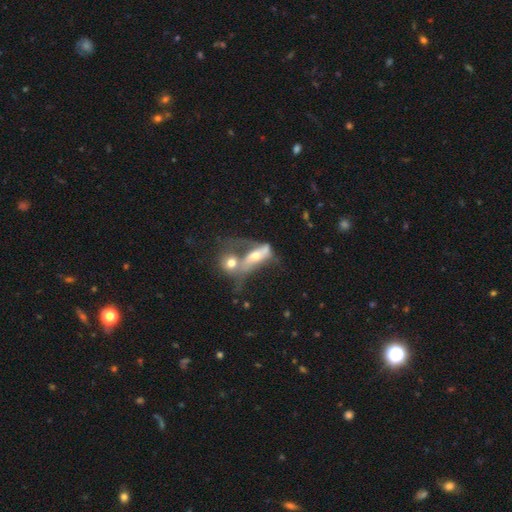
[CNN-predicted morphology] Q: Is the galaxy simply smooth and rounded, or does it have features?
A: featured or disk — 51%.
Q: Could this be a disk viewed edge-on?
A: no — 75%.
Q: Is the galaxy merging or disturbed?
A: merger — 67%.